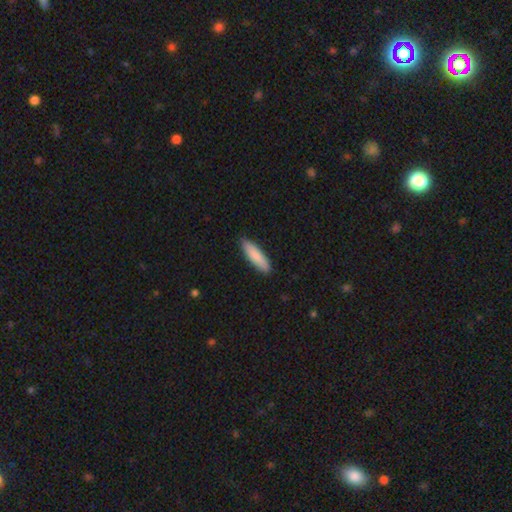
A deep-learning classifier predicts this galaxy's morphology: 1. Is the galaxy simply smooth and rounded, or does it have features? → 87% smooth, 8% featured or disk, 5% star or artifact.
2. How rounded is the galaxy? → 66% cigar-shaped, 33% in between, 1% round.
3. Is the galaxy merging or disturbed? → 88% none, 10% minor disturbance, 2% major disturbance, 1% merger.